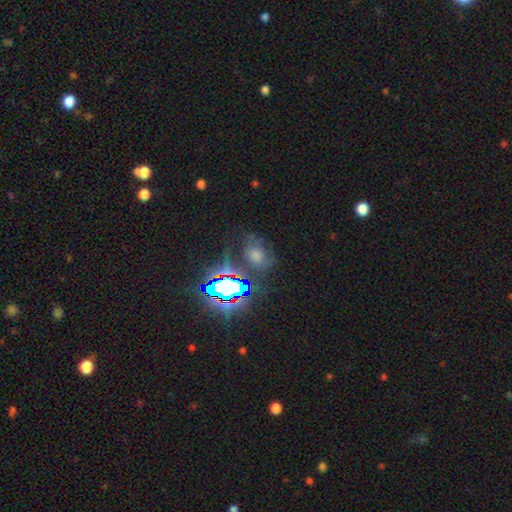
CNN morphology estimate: star or artifact 48%, smooth 29%, featured or disk 24%.